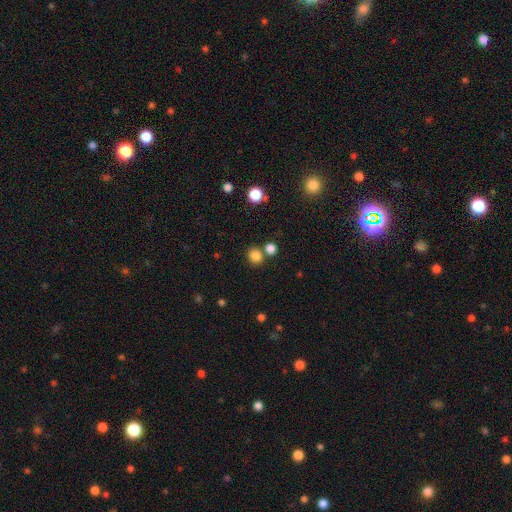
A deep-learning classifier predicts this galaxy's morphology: smooth-or-featured: smooth: 83% | star or artifact: 13% | featured or disk: 5%
  how-rounded: round: 73% | in between: 26% | cigar-shaped: 1%
  merging: none: 70% | merger: 19% | minor disturbance: 8% | major disturbance: 3%